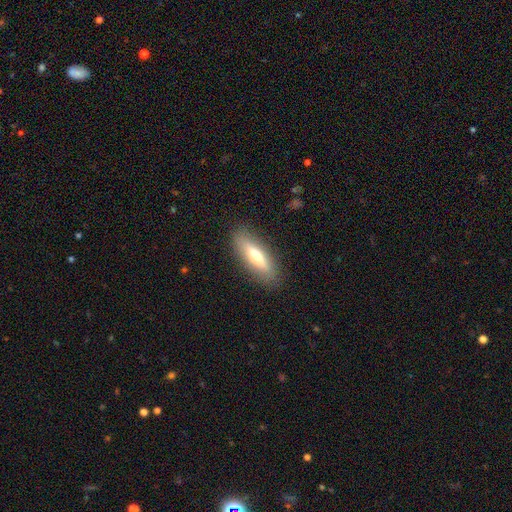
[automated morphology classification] smooth_or_featured: smooth (p=0.64) [alt: featured or disk p=0.29]
how_rounded: cigar-shaped (p=0.54) [alt: in between p=0.44]
merging: none (p=0.88) [alt: minor disturbance p=0.09]